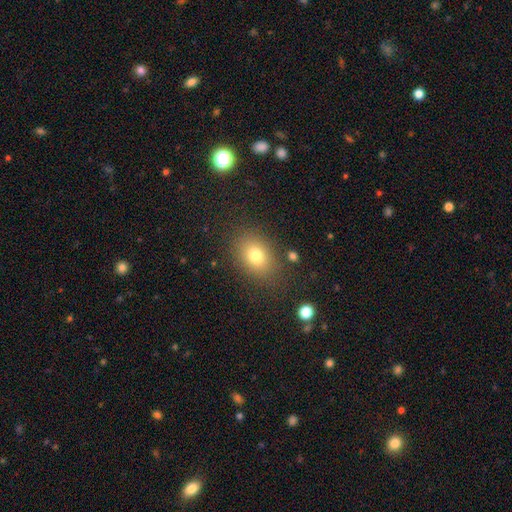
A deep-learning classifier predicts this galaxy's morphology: A smooth galaxy with no disk features (78%) that is in between round and cigar-shaped (67%).

Vote fractions:
- Smooth or featured? smooth: 78% / star or artifact: 12% / featured or disk: 10%
- How rounded? in between: 67% / round: 32% / cigar-shaped: 1%
- Merging? none: 82% / minor disturbance: 11% / major disturbance: 4% / merger: 2%